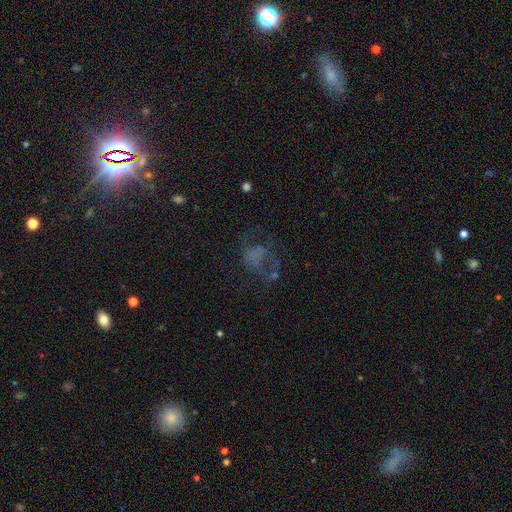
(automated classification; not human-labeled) Q: Smooth or featured?
A: featured or disk (42%); runner-up: smooth (33%)
Q: Merging?
A: none (39%); tied with: major disturbance (39%)